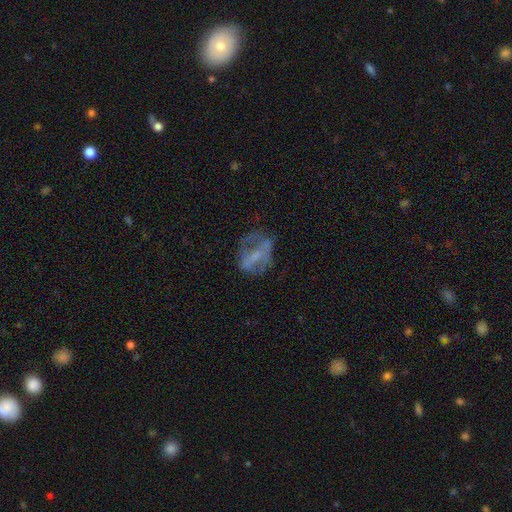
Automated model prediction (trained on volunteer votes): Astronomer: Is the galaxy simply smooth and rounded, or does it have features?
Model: featured or disk — 58%.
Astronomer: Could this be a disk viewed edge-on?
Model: no — 93%.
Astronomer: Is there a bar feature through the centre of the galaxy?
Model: no — 38% (runner-up: weak, 31%).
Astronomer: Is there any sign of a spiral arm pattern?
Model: no — 68%.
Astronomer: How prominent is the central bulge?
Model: small — 39% (runner-up: none, 37%).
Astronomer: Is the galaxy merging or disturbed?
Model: none — 49% (runner-up: major disturbance, 27%).